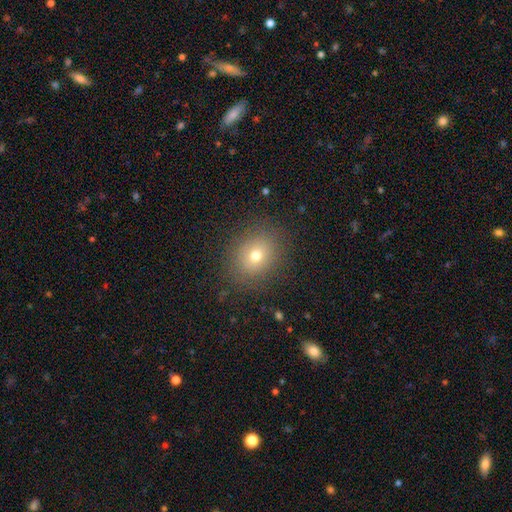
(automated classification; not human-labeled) A smooth galaxy with no disk features (72%) that is round (60%). Merging: none (85%).